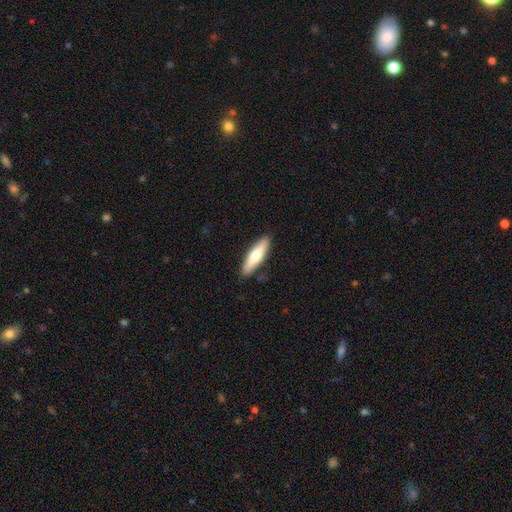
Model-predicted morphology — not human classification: This appears to be a smooth galaxy with no disk features (68%) that is cigar-shaped (67%). Merging: none (88%).